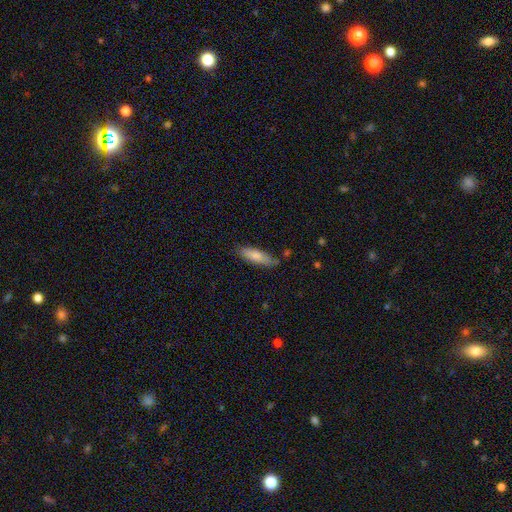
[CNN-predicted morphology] A smooth galaxy with no disk features (80%) that is in between round and cigar-shaped (50%). Merging: none (73%).